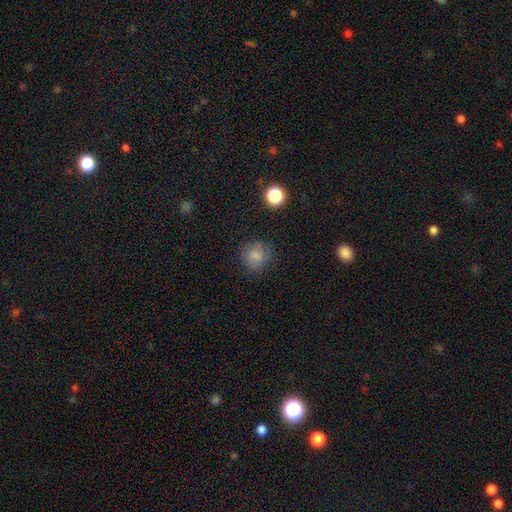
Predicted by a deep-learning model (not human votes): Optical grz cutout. It shows a smooth galaxy with no disk features (77%) that is round (81%). Merging: none (73%).